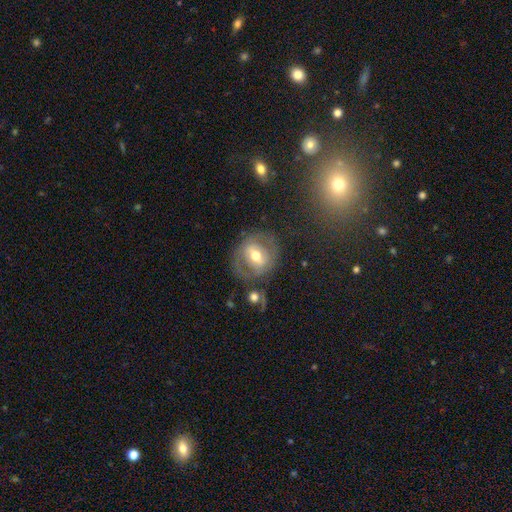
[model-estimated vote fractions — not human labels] Smooth or featured? Predicted: featured or disk (p=0.62). Edge-on disk? Predicted: no (p=0.93). Bar? Predicted: weak (p=0.39). Spiral arms? Predicted: no (p=0.56). Bulge size? Predicted: moderate (p=0.74). Merging? Predicted: none (p=0.65).